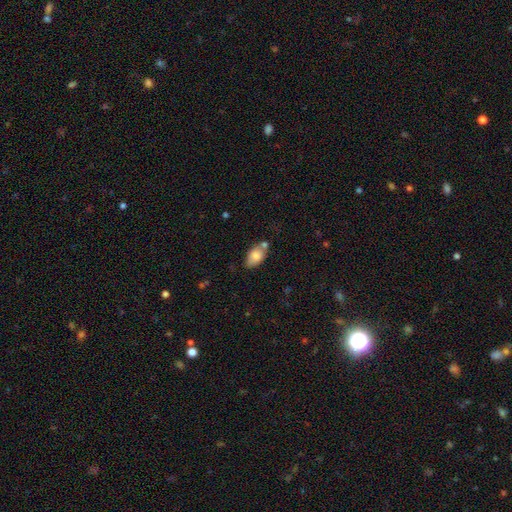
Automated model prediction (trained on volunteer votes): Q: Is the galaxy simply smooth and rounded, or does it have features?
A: smooth — 79%.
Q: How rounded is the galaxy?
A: in between — 91%.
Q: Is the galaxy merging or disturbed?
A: none — 59%.